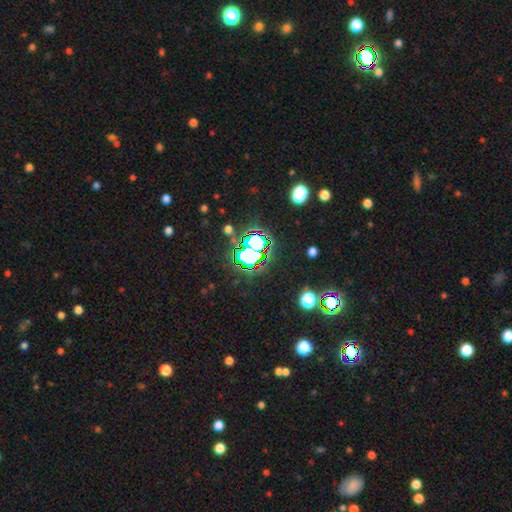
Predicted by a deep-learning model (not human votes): A star or artifact, not a galaxy (67%).